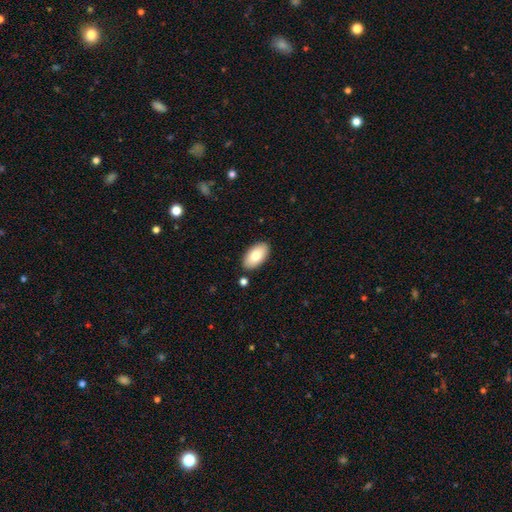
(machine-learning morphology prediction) smooth_or_featured: smooth (p=0.80) [alt: featured or disk p=0.14]
how_rounded: in between (p=0.96) [alt: round p=0.03]
merging: none (p=0.87) [alt: minor disturbance p=0.08]